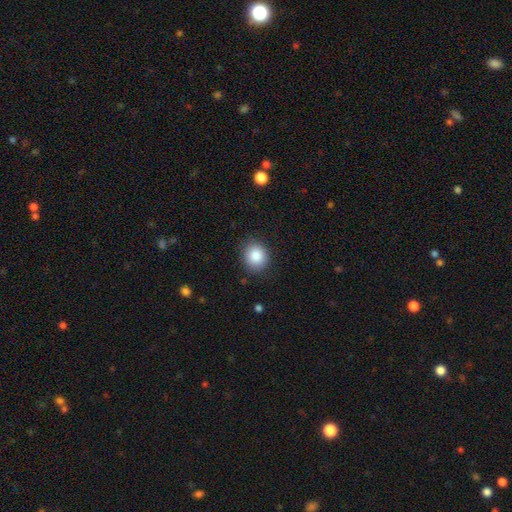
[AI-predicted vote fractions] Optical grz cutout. It shows a smooth galaxy with no disk features (86%) that is round (74%). Merging: none (85%).